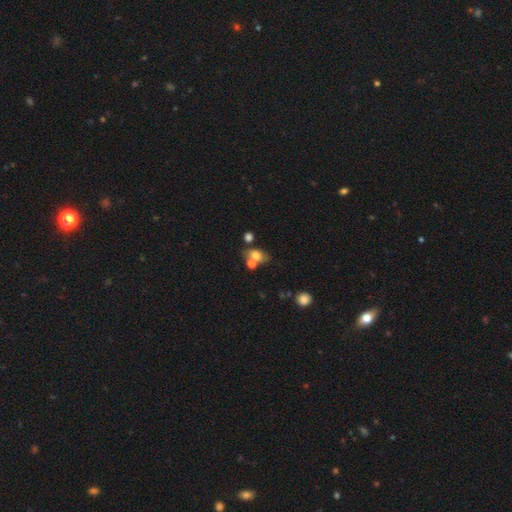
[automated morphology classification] Smooth or featured? Predicted: smooth (p=0.70). How rounded? Predicted: in between (p=0.74). Merging? Predicted: none (p=0.46).